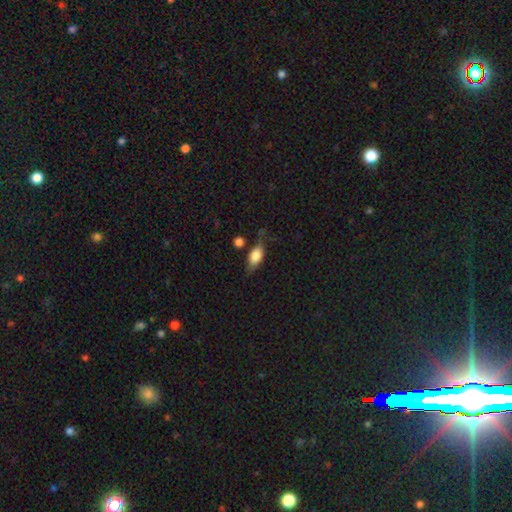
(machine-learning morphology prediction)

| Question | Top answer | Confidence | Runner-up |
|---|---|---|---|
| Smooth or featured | smooth | 70% | featured or disk (22%) |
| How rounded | in between | 81% | cigar-shaped (14%) |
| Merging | none | 58% | minor disturbance (26%) |